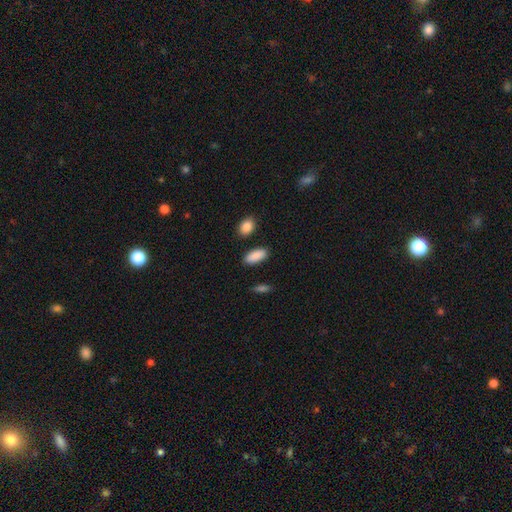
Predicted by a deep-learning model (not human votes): Smooth or featured: smooth — 90% (star or artifact — 6%)
How rounded: in between — 84% (cigar-shaped — 13%)
Merging: none — 86% (minor disturbance — 9%)